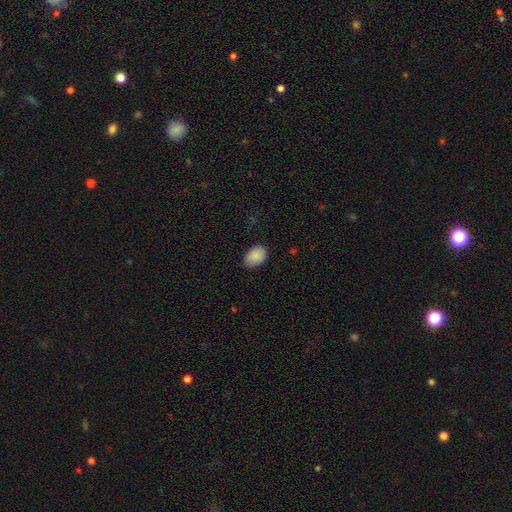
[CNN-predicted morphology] This appears to be a smooth galaxy with no disk features (89%) that is in between round and cigar-shaped (83%). Merging: none (81%).